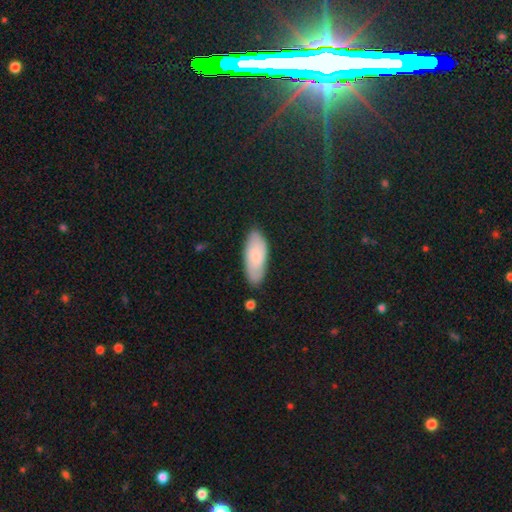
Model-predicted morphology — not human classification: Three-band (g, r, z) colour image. It shows a smooth galaxy with no disk features (76%) that is in between round and cigar-shaped (79%). Merging: none (78%).